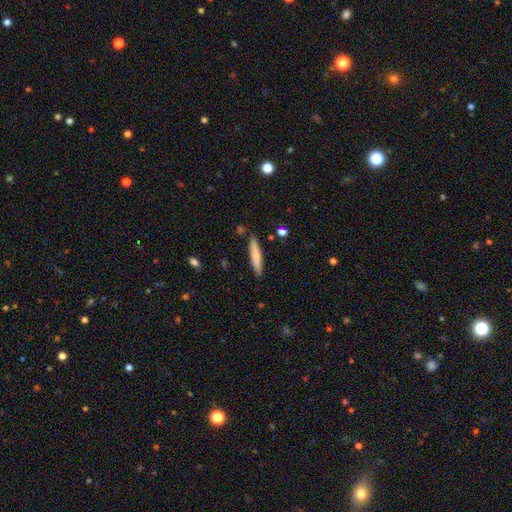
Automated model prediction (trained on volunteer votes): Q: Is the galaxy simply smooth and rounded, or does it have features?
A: smooth — 74%.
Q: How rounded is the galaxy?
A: cigar-shaped — 90%.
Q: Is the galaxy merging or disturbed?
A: none — 87%.